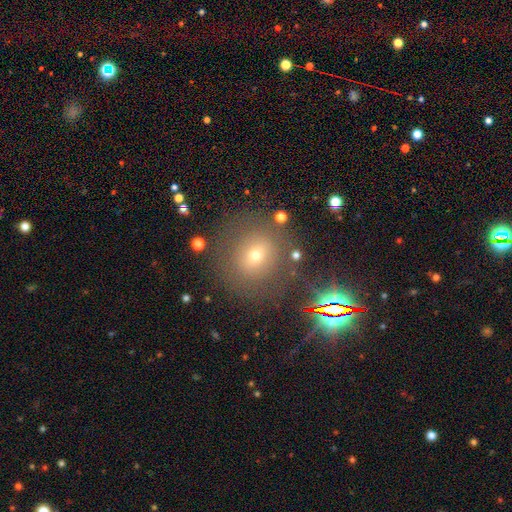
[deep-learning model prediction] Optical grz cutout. It shows a smooth galaxy with no disk features (58%) that is round (87%). Merging: none (82%).